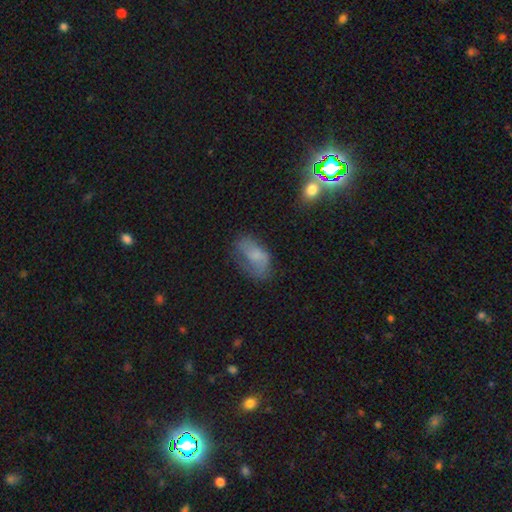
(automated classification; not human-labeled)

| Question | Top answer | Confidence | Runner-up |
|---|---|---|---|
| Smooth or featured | smooth | 58% | featured or disk (30%) |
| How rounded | in between | 89% | round (8%) |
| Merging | none | 43% | minor disturbance (31%) |